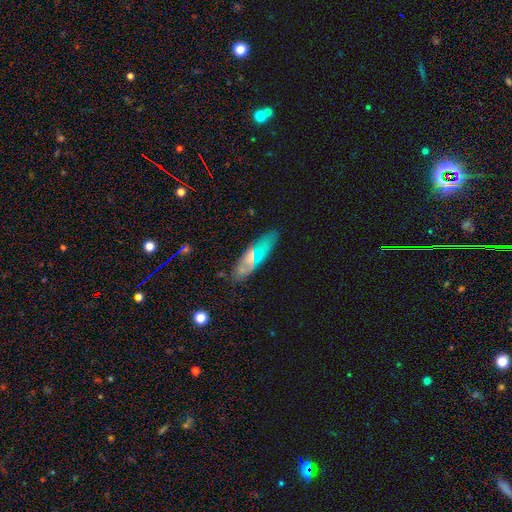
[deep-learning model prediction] Smooth or featured? smooth (50%)
Merging? none (82%)